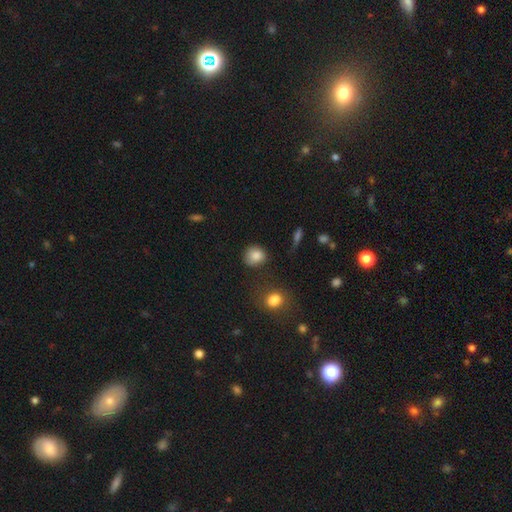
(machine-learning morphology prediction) This is clearly a smooth galaxy (84%). How rounded: likely round (77%). Merging: likely none (69%).